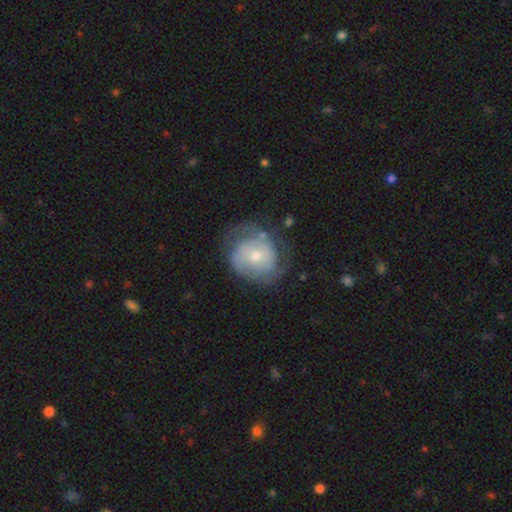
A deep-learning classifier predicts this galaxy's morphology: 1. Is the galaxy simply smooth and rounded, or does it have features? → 63% featured or disk, 31% smooth, 7% star or artifact.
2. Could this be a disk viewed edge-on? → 97% no, 3% yes.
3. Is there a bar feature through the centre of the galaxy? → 75% no, 21% weak, 5% strong.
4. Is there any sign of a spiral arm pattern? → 75% yes, 25% no.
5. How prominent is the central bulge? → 54% small, 41% moderate, 2% large, 1% none, 1% dominant.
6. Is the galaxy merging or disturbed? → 57% none, 24% minor disturbance, 16% major disturbance, 2% merger.